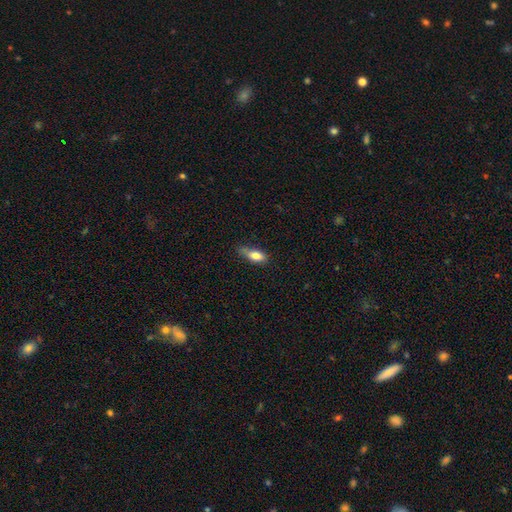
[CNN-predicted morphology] type=smooth (78%); roundness=in between (75%); merging=none (48%).